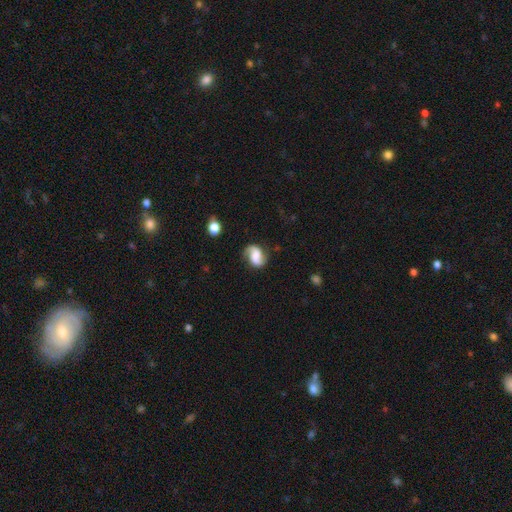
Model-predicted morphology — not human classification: Smooth or featured: featured or disk — 74% (smooth — 19%)
Edge-on disk: no — 98% (yes — 2%)
Bar: no — 44% (weak — 39%)
Spiral arms: yes — 95% (no — 5%)
Spiral winding: loose — 48% (medium — 39%)
Spiral arm count: 2 — 89% (1 — 6%)
Bulge size: none — 28% (large — 26%)
Merging: none — 73% (minor disturbance — 17%)